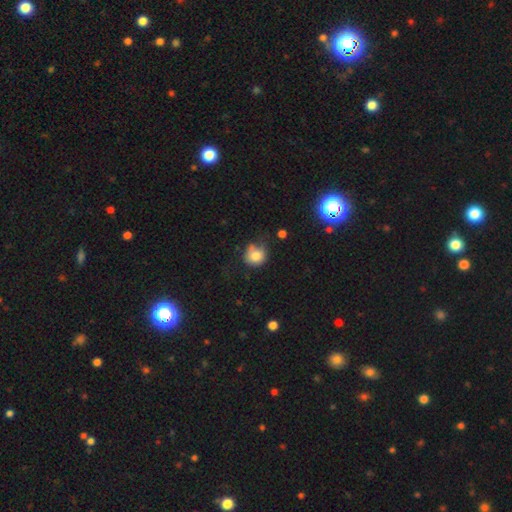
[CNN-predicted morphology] smooth_or_featured: smooth (p=0.78) [alt: featured or disk p=0.11]
how_rounded: round (p=0.78) [alt: in between p=0.21]
merging: none (p=0.48) [alt: minor disturbance p=0.30]